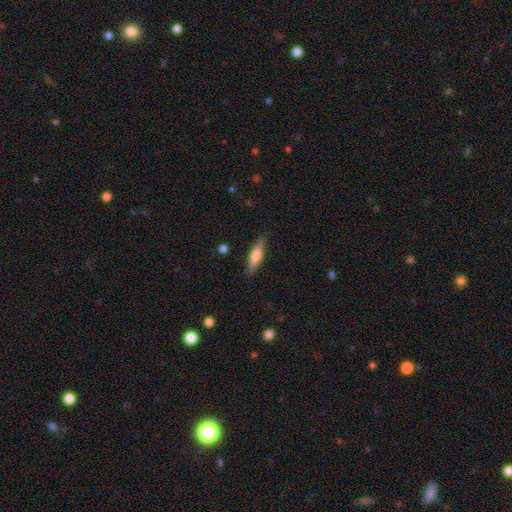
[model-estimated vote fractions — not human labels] Overall: smooth (54%; featured or disk 40%). How rounded: cigar-shaped (72%). Merging: none (86%).